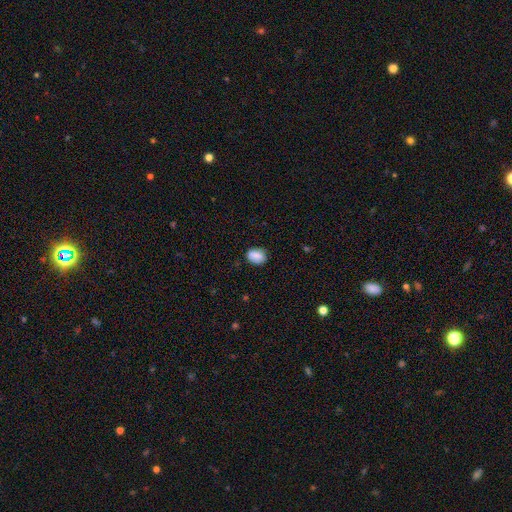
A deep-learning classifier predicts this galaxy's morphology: This is clearly a smooth galaxy (85%). How rounded: likely in between (74%). Merging: clearly none (81%).